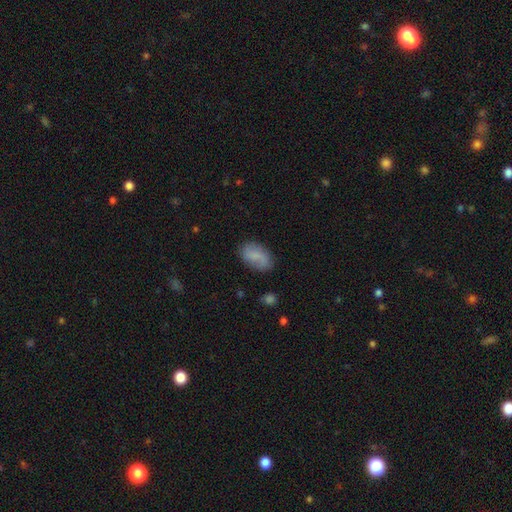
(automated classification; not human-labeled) smooth 72%, featured or disk 20%, star or artifact 8%. Down the decision tree: how rounded — in between (90%); merging — none (68%).